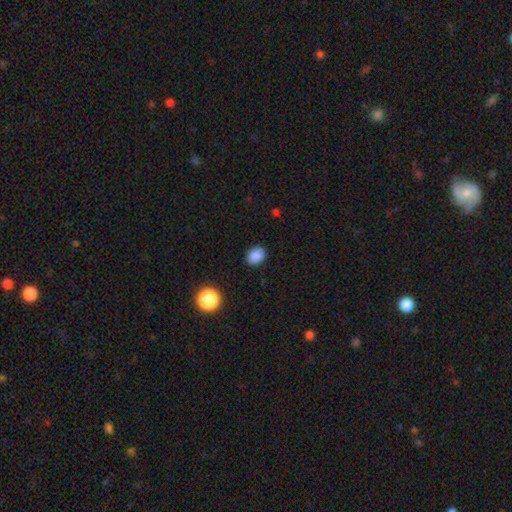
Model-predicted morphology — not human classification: This appears to be a smooth galaxy with no disk features (86%) that is in between round and cigar-shaped (51%). Merging: none (89%).